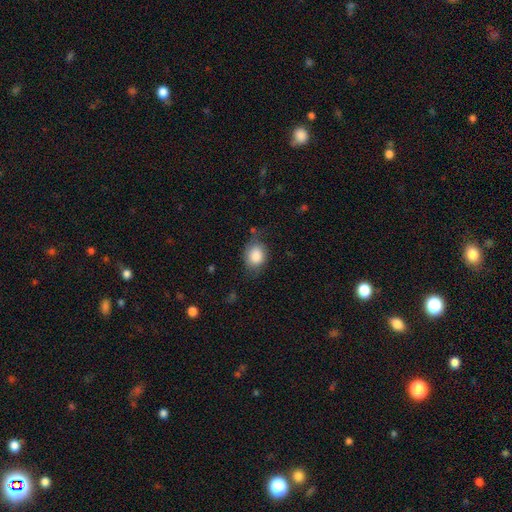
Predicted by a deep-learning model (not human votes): This is clearly a smooth galaxy (85%). How rounded: possibly in between (55%). Merging: likely none (62%).